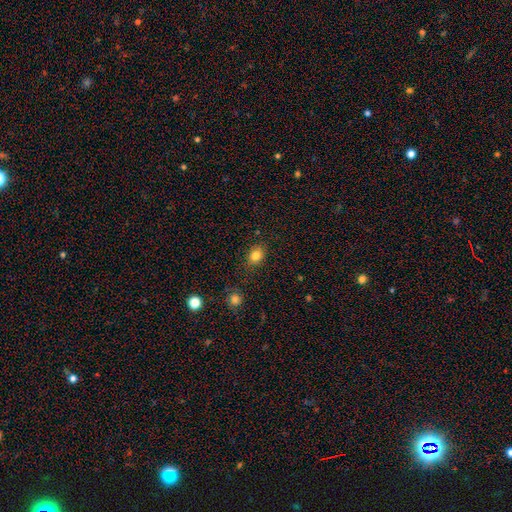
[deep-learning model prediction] smooth_or_featured: smooth (p=0.82) [alt: star or artifact p=0.11]
how_rounded: in between (p=0.56) [alt: round p=0.43]
merging: none (p=0.82) [alt: minor disturbance p=0.13]